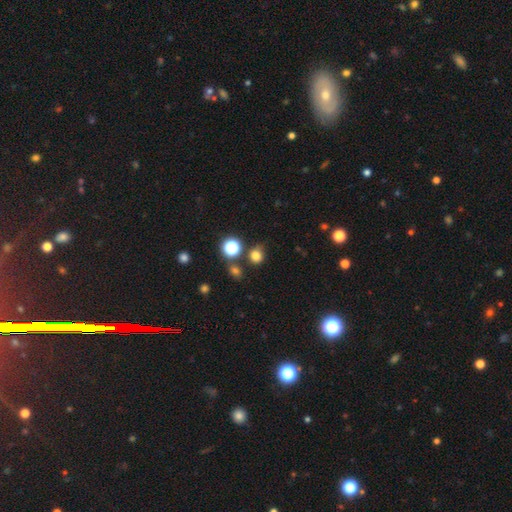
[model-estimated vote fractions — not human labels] Smooth or featured? Predicted: smooth (p=0.77). How rounded? Predicted: round (p=0.83). Merging? Predicted: none (p=0.75).